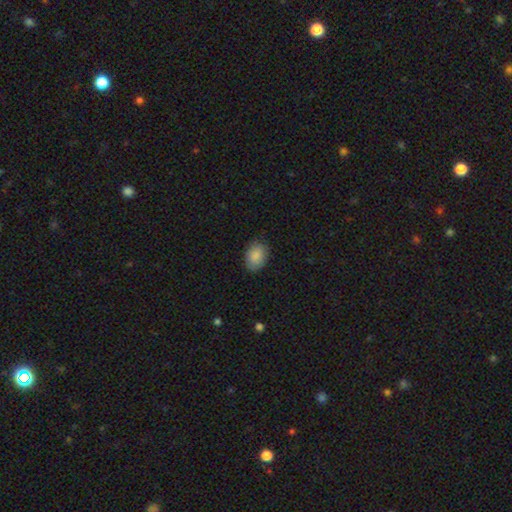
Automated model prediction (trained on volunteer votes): Smooth or featured? Predicted: smooth (p=0.88). How rounded? Predicted: in between (p=0.79). Merging? Predicted: none (p=0.83).